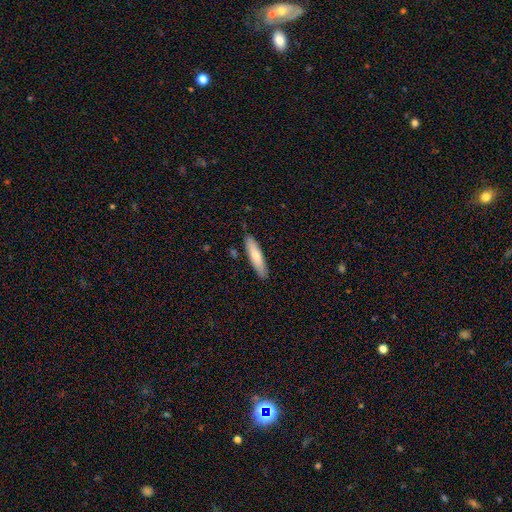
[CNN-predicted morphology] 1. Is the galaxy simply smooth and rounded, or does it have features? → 71% smooth, 24% featured or disk, 5% star or artifact.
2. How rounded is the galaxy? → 75% cigar-shaped, 24% in between, 1% round.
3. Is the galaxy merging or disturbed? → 88% none, 9% minor disturbance, 2% major disturbance, 2% merger.